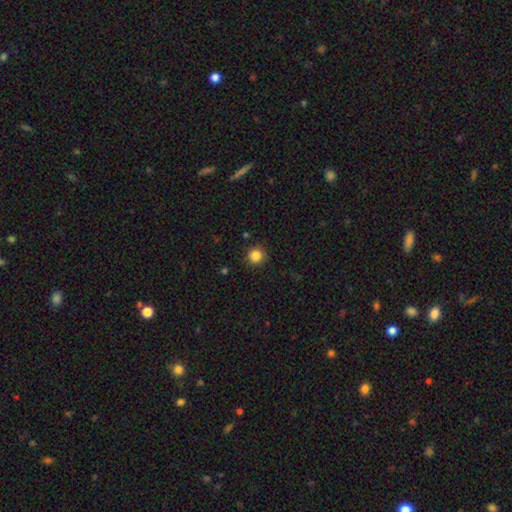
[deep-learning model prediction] This appears to be a smooth galaxy with no disk features (85%) that is round (94%). Merging: none (91%).